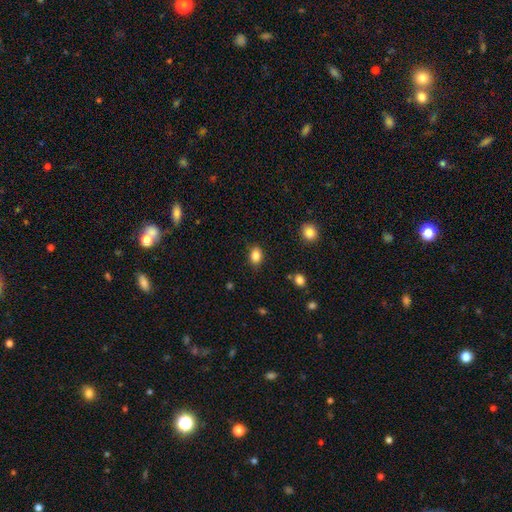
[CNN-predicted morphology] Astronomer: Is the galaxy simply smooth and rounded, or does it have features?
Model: smooth — 86%.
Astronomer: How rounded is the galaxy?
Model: in between — 78%.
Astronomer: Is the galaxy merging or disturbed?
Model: none — 84%.